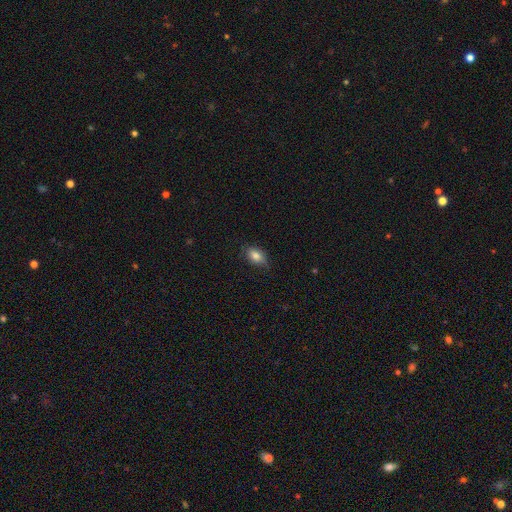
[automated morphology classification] type=smooth (81%); roundness=in between (87%); merging=none (73%).